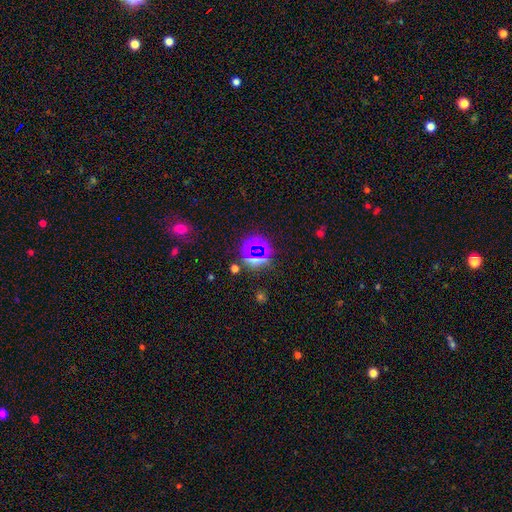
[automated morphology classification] type=star or artifact (69%).